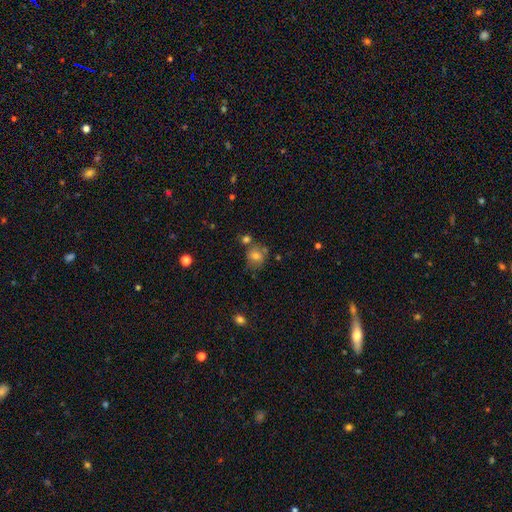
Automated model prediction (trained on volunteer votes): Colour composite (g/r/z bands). It shows a smooth galaxy with no disk features (71%) that is round (77%). Merging: none (64%).